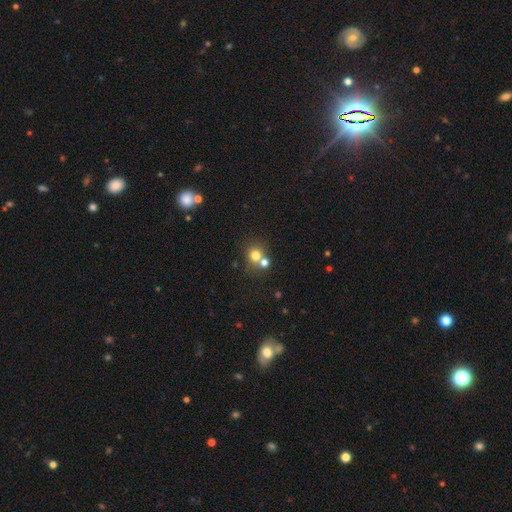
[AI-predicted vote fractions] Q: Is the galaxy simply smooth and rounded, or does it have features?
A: smooth — 74%.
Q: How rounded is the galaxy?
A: round — 86%.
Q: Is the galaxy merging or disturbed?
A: none — 52%.